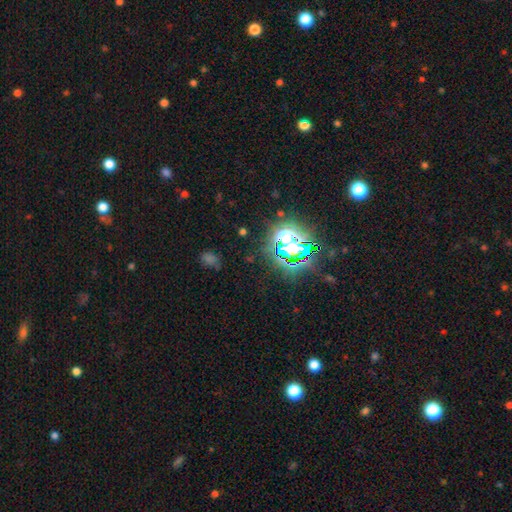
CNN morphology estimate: smooth_or_featured: star or artifact (p=0.78) [alt: smooth p=0.14]